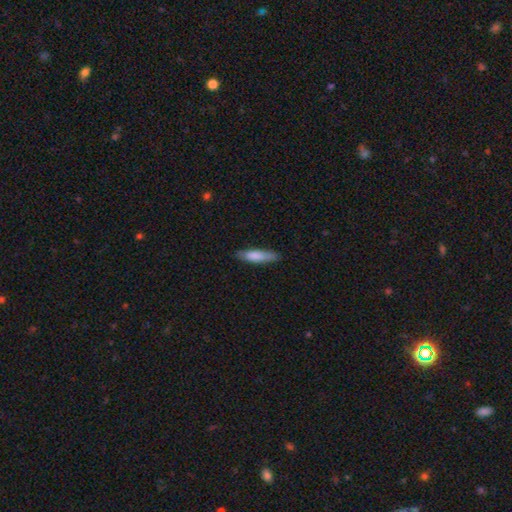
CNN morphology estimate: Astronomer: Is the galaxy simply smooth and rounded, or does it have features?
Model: smooth — 79%.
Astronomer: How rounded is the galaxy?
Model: cigar-shaped — 71%.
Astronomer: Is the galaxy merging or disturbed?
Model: none — 80%.